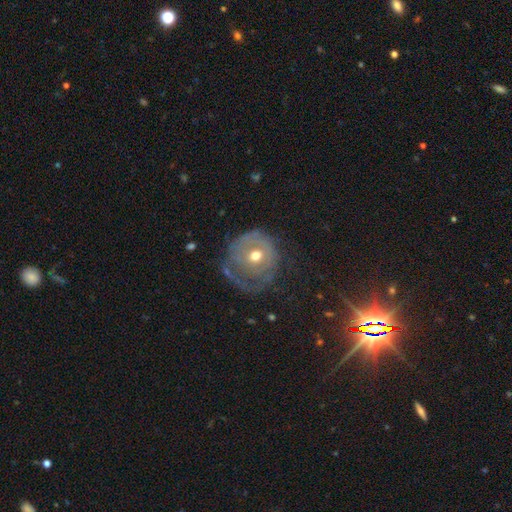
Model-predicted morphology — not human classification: A featured or disk galaxy (59%) with no bar (80%), no spiral arms (52%) and a moderate central bulge (71%). Merging: none (44%).